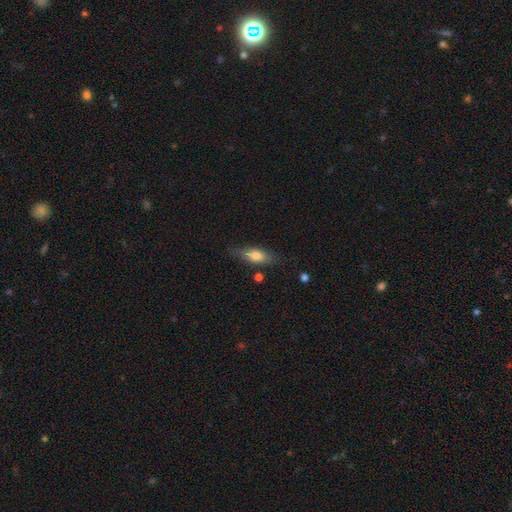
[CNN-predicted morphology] Overall: smooth (69%). How rounded: in between (60%; cigar-shaped 37%). Merging: none (76%).